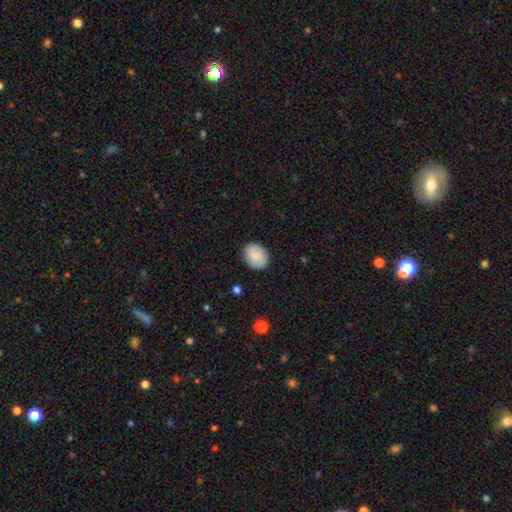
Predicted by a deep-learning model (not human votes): A smooth galaxy with no disk features (81%) that is in between round and cigar-shaped (58%). Merging: none (87%).